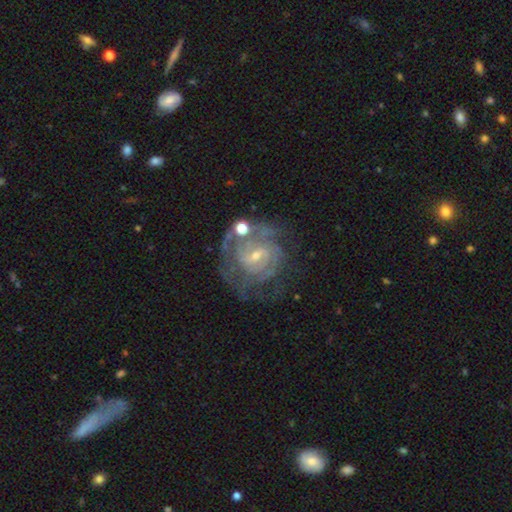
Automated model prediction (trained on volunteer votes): A featured or disk galaxy (86%) with a weak bar (56%), tight (63%) spiral arms (94%) and a small central bulge (68%).

Vote fractions:
- Smooth or featured? featured or disk: 86% / smooth: 8% / star or artifact: 6%
- Edge-on disk? no: 97% / yes: 3%
- Bar? weak: 56% / no: 28% / strong: 16%
- Spiral arms? yes: 94% / no: 6%
- Spiral winding? tight: 63% / medium: 30% / loose: 7%
- Spiral arm count? can't tell: 36% / 2: 22% / 3: 19% / 4: 13% / more than 4: 5% / 1: 5%
- Bulge size? small: 68% / moderate: 27% / none: 3% / large: 1% / dominant: 1%
- Merging? none: 56% / minor disturbance: 20% / major disturbance: 16% / merger: 8%